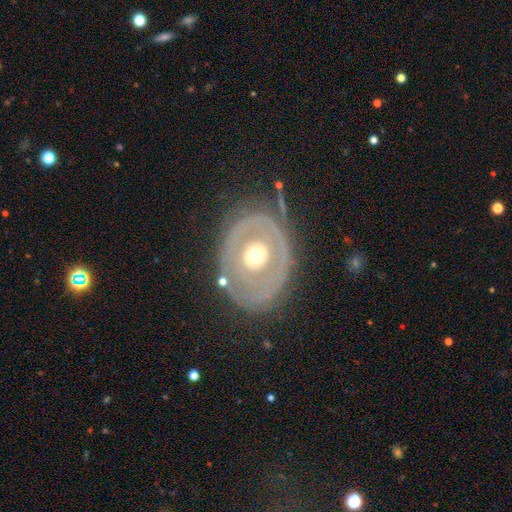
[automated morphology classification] A featured or disk galaxy (68%) with no bar (87%), no spiral arms (72%) and a moderate central bulge (74%). Merging: none (68%).